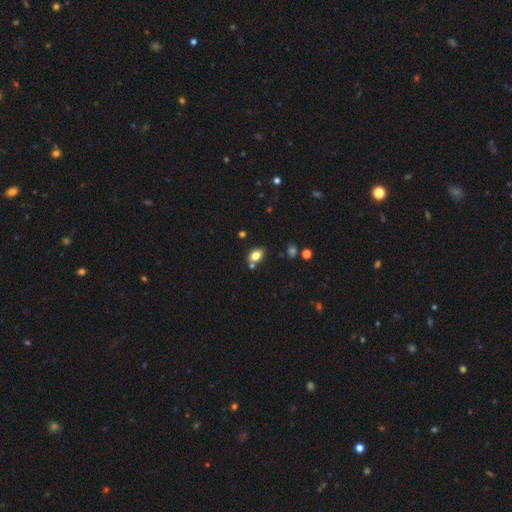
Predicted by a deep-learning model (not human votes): Smooth or featured? Predicted: smooth (p=0.81). How rounded? Predicted: in between (p=0.78). Merging? Predicted: none (p=0.72).